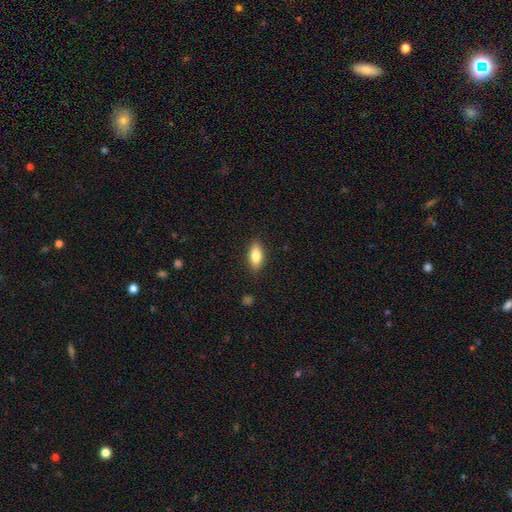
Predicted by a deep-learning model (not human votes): Smooth or featured?
  - smooth: 78% *
  - featured or disk: 15%
  - star or artifact: 7%
How rounded?
  - in between: 81% *
  - cigar-shaped: 16%
  - round: 3%
Merging?
  - none: 87% *
  - minor disturbance: 9%
  - major disturbance: 2%
  - merger: 1%